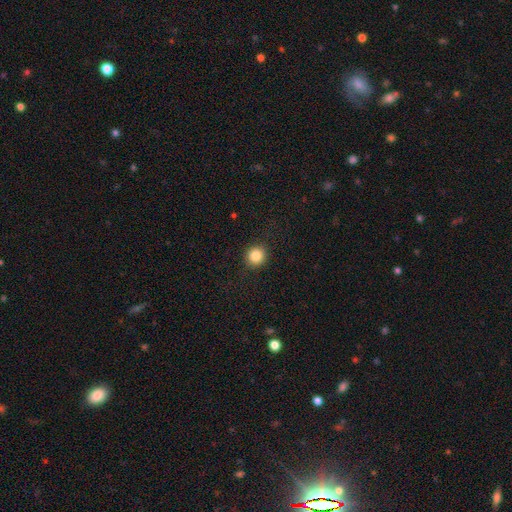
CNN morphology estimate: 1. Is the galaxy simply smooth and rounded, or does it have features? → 85% smooth, 10% star or artifact, 5% featured or disk.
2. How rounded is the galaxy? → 92% round, 7% in between, 1% cigar-shaped.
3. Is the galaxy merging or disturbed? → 91% none, 6% minor disturbance, 2% major disturbance, 1% merger.